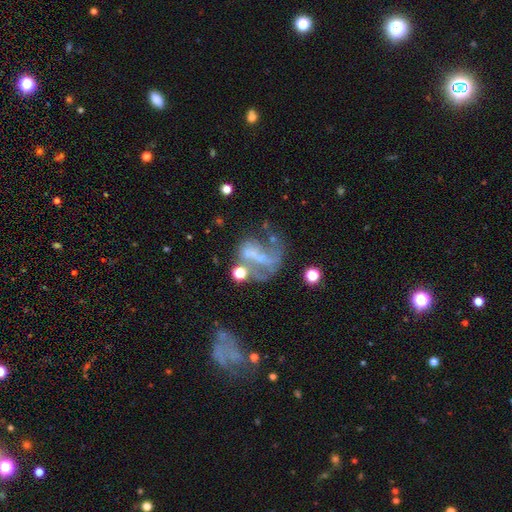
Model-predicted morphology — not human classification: The model was most divided on "merging": major disturbance: 38%, none: 28%, minor disturbance: 17%, merger: 17%. More confident: edge-on disk — no (96%); bulge size — none (65%); spiral arms — no (64%); smooth or featured — featured or disk (56%); bar — no (54%).